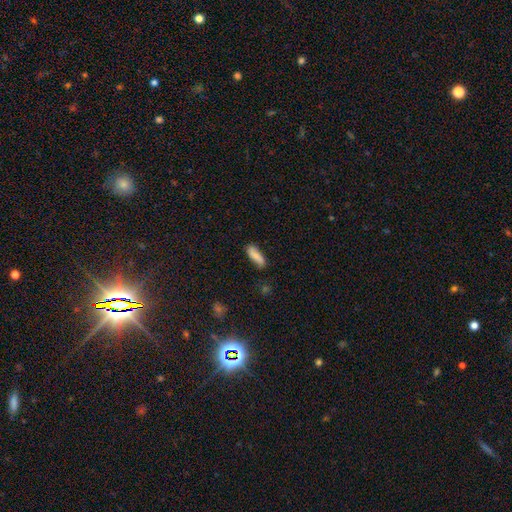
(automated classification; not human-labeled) Morphology: type=smooth (82%); roundness=in between (55%); merging=none (77%).